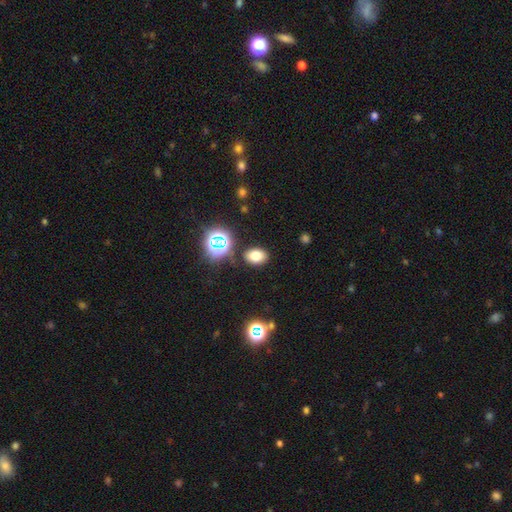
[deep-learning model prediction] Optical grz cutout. It shows a smooth galaxy with no disk features (71%) that is in between round and cigar-shaped (76%). Merging: none (85%).